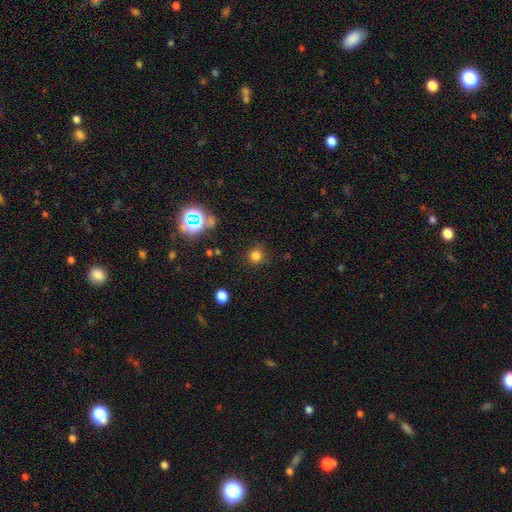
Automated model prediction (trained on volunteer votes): The model was most divided on "smooth or featured": smooth: 77%, star or artifact: 18%, featured or disk: 5%. More confident: how rounded — round (91%); merging — none (83%).